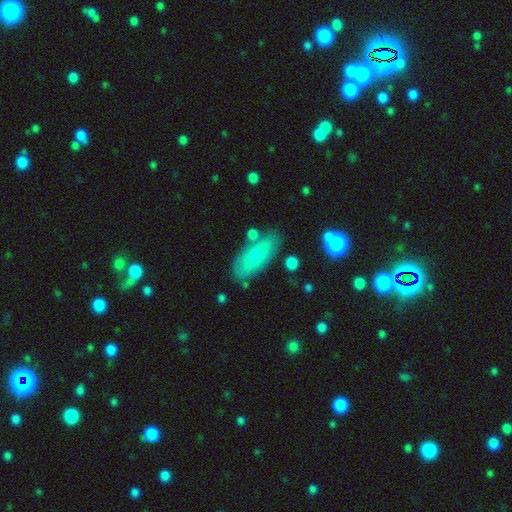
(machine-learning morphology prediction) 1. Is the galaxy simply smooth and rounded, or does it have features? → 70% smooth, 23% featured or disk, 7% star or artifact.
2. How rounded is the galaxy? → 76% in between, 21% cigar-shaped, 3% round.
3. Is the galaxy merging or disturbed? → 74% none, 16% minor disturbance, 6% merger, 4% major disturbance.